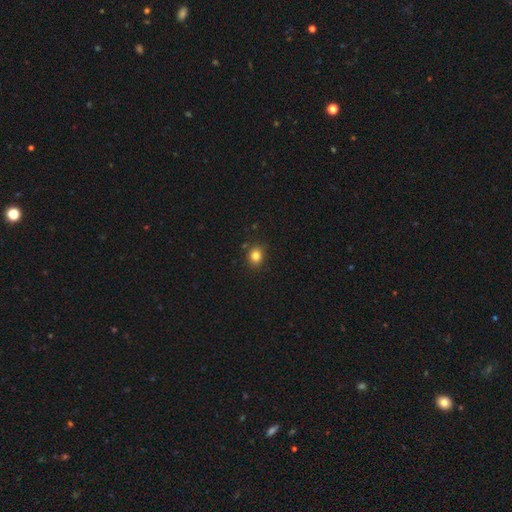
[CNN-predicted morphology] Smooth or featured: smooth — 82% (star or artifact — 12%)
How rounded: round — 69% (in between — 30%)
Merging: none — 86% (minor disturbance — 9%)